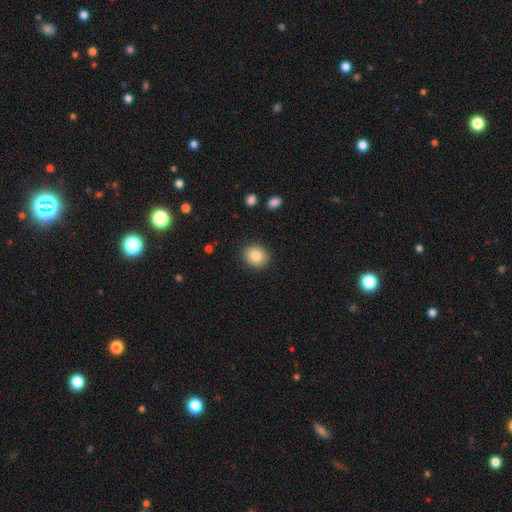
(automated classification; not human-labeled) smooth 83%, star or artifact 9%, featured or disk 9%. Down the decision tree: how rounded — round (74%); merging — none (90%).